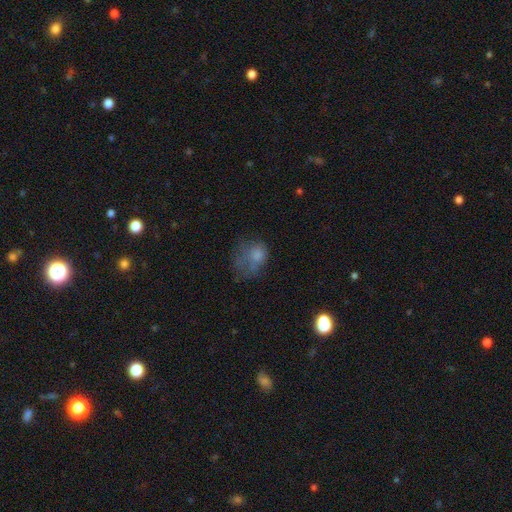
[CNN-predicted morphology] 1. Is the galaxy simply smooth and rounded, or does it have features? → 70% smooth, 18% featured or disk, 12% star or artifact.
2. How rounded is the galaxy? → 51% in between, 47% round, 1% cigar-shaped.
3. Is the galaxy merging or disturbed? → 38% major disturbance, 31% none, 26% minor disturbance, 5% merger.